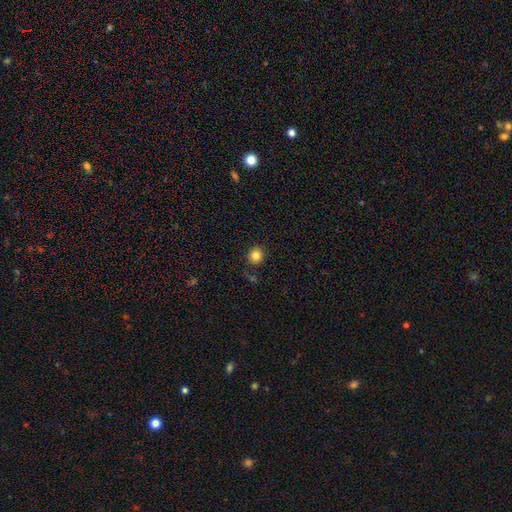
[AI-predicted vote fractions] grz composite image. It shows a smooth galaxy with no disk features (83%) that is round (83%). Merging: none (86%).